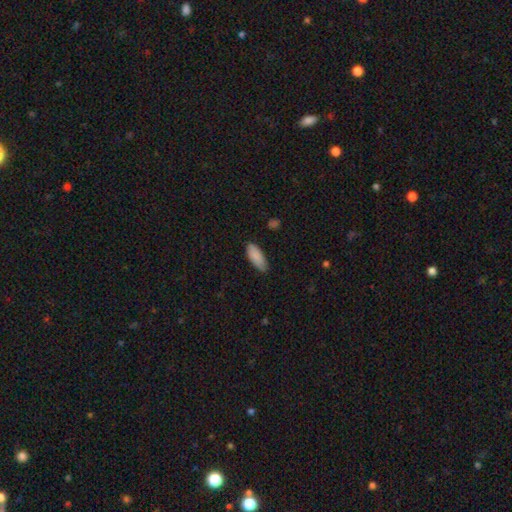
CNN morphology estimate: This is clearly a smooth galaxy (88%). How rounded: clearly in between (80%). Merging: likely none (77%).